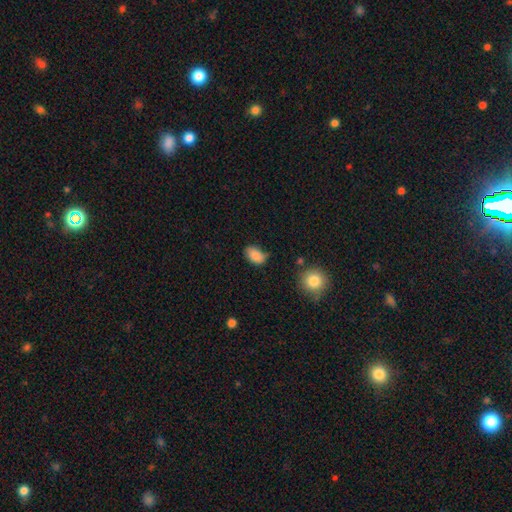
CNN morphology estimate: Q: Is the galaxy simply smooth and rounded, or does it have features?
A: smooth — 85%.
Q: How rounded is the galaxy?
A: in between — 88%.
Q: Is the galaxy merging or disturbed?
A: none — 55%.